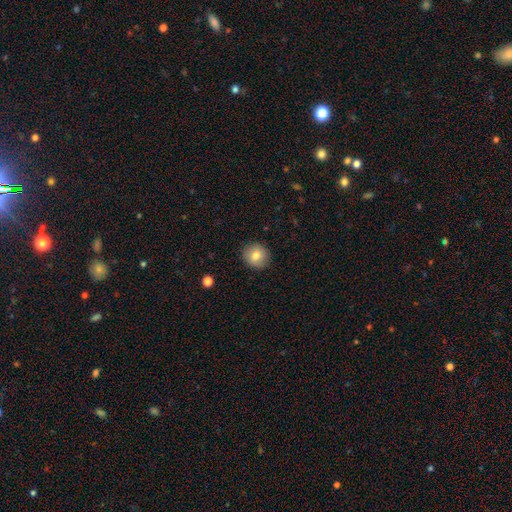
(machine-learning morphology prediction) The model was most divided on "smooth or featured": smooth: 79%, featured or disk: 12%, star or artifact: 9%. More confident: merging — none (89%); how rounded — round (88%).